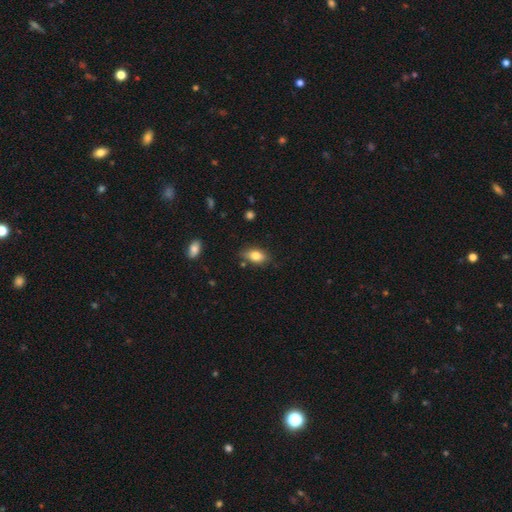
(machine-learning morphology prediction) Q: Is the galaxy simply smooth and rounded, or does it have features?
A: smooth — 80%.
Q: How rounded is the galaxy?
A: in between — 87%.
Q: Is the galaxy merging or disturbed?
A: none — 78%.